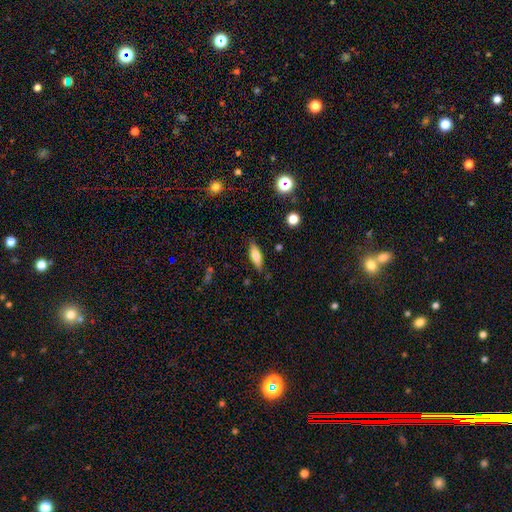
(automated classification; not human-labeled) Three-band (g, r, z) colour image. It shows a smooth galaxy with no disk features (72%) that is in between round and cigar-shaped (54%). Merging: none (83%).